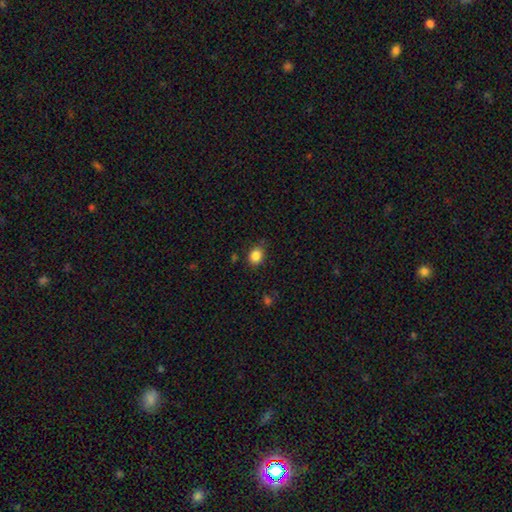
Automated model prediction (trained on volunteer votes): Smooth or featured? Predicted: smooth (p=0.86). How rounded? Predicted: round (p=0.54). Merging? Predicted: none (p=0.77).